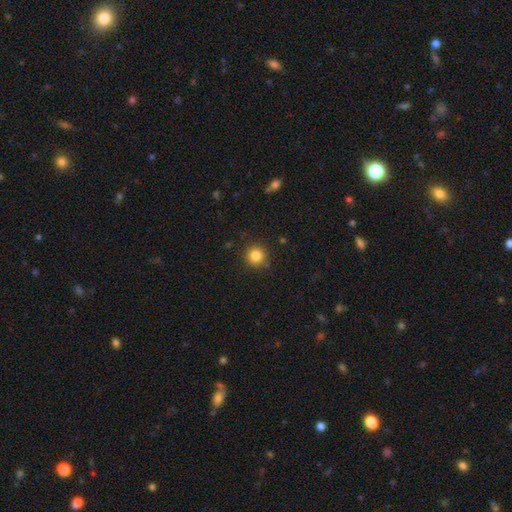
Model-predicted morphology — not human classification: Smooth or featured? Predicted: smooth (p=0.84). How rounded? Predicted: round (p=0.94). Merging? Predicted: none (p=0.88).